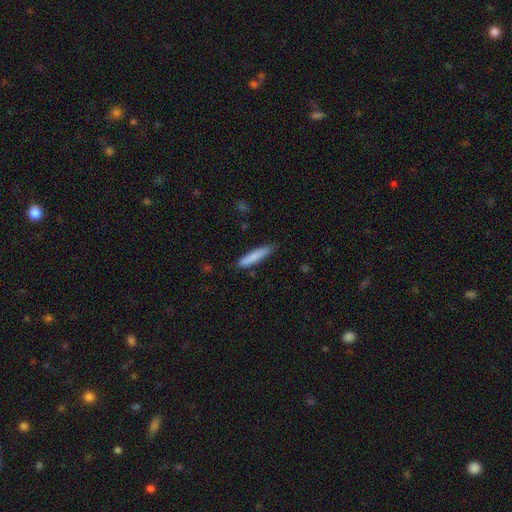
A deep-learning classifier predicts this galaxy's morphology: Overall: smooth (82%). How rounded: cigar-shaped (89%). Merging: none (82%).